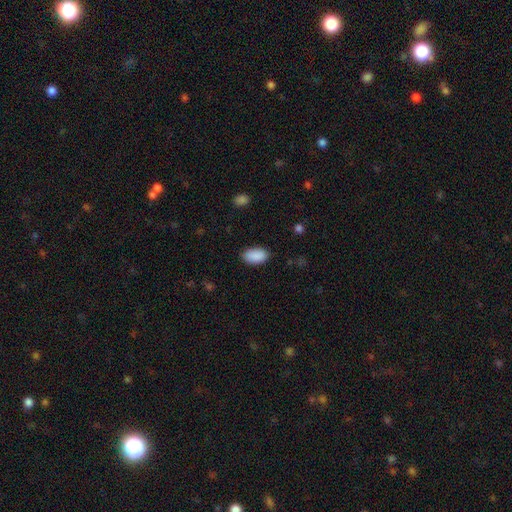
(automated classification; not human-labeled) Morphology: type=smooth (91%); roundness=in between (94%); merging=none (87%).